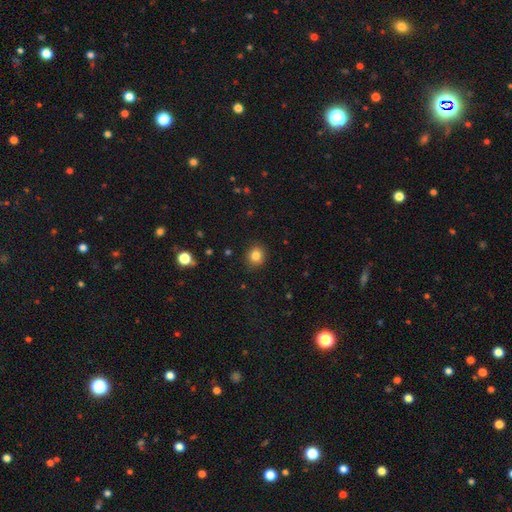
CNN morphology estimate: A smooth galaxy with no disk features (82%) that is round (80%). Merging: none (88%).